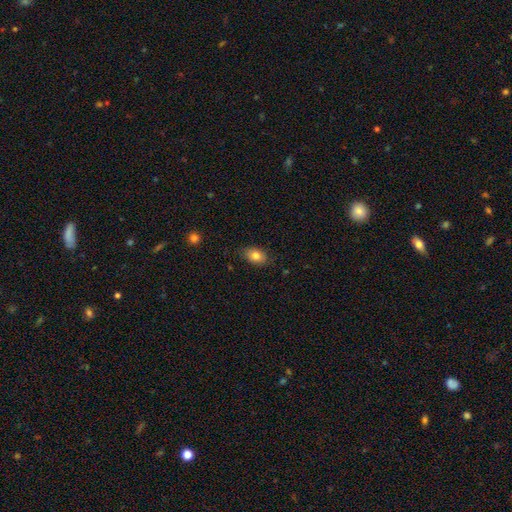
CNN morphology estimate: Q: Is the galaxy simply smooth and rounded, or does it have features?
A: smooth — 82%.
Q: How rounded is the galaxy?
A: in between — 82%.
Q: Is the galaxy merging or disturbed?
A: none — 79%.